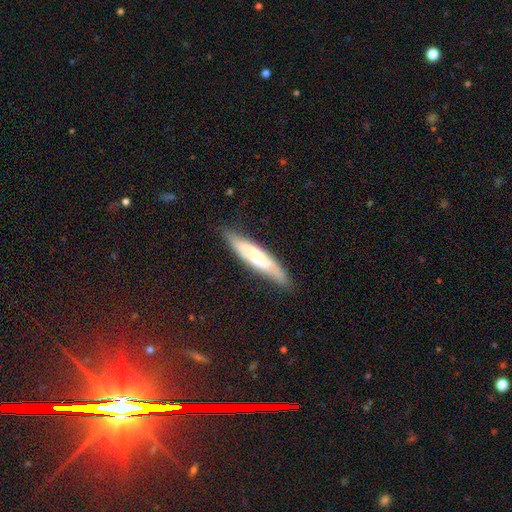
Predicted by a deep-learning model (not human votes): This is possibly a featured or disk galaxy (52%). It is possibly viewed edge-on (59%). Merging: clearly none (80%).